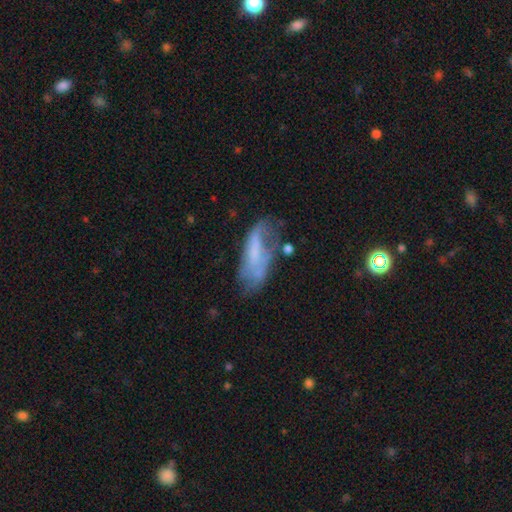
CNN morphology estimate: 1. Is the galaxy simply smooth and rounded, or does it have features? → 47% featured or disk, 43% smooth, 10% star or artifact.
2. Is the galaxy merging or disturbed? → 34% none, 30% major disturbance, 28% minor disturbance, 7% merger.